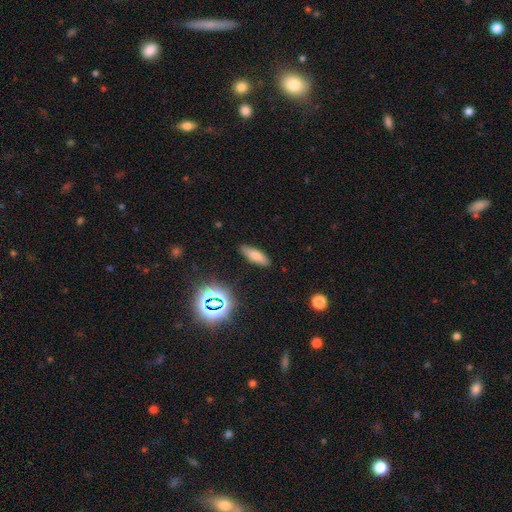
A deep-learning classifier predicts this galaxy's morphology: This appears to be a smooth galaxy with no disk features (72%) that is cigar-shaped (50%). Merging: none (86%).